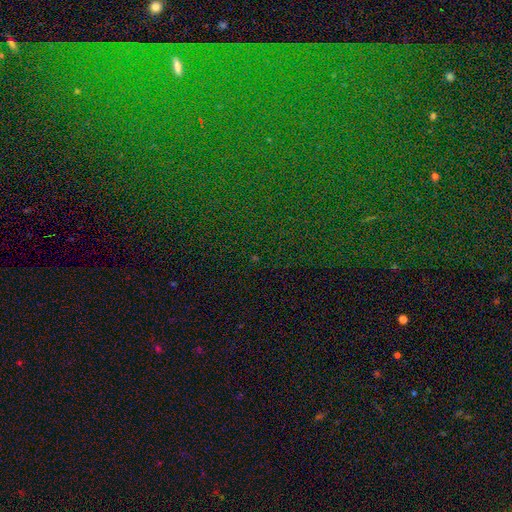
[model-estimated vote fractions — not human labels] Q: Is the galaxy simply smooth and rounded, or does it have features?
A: star or artifact — 82%.